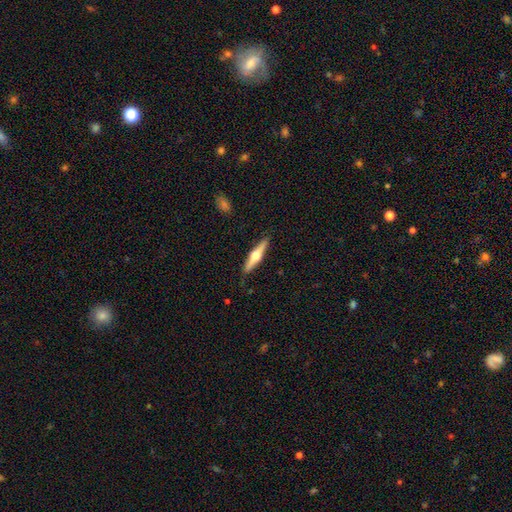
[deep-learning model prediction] This is likely a featured or disk galaxy (66%). It is clearly viewed edge-on (97%). Edge-on bulge: clearly rounded (96%). Merging: clearly none (89%).